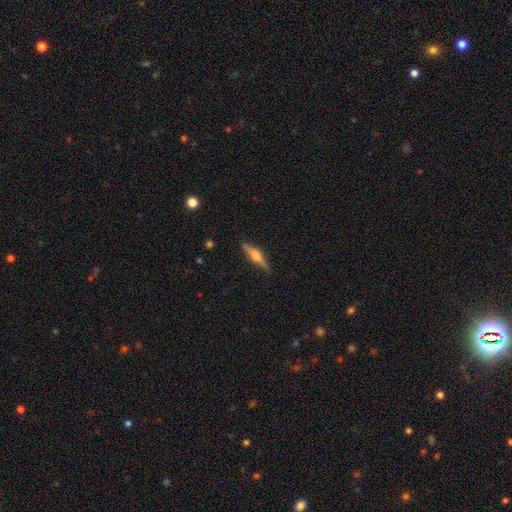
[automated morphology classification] This appears to be a featured or disk galaxy (68%) viewed edge-on (97%) with a rounded central bulge (85%). Merging: none (86%).